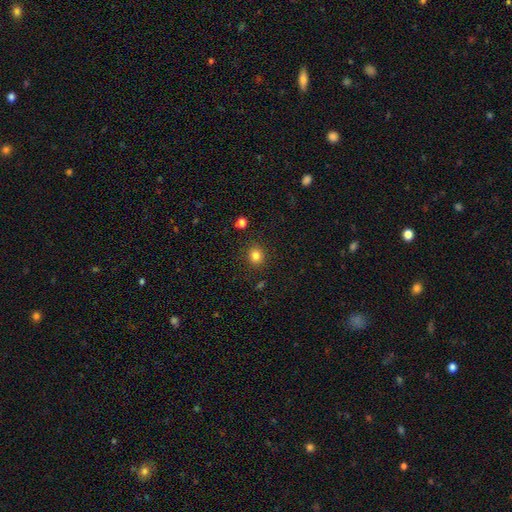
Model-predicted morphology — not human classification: Smooth or featured? Predicted: smooth (p=0.83). How rounded? Predicted: round (p=0.75). Merging? Predicted: none (p=0.87).